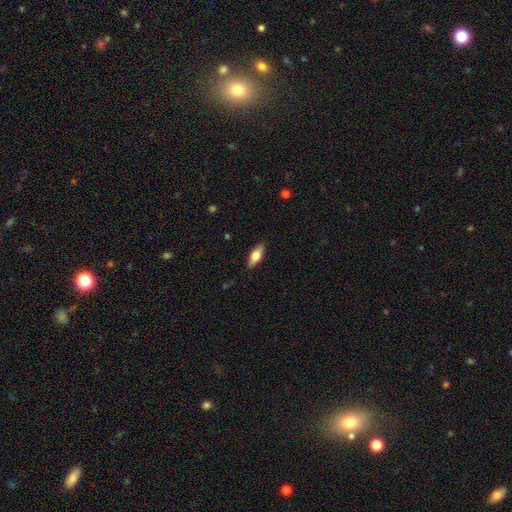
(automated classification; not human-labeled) This appears to be a smooth galaxy with no disk features (56%) that is in between round and cigar-shaped (68%). Merging: none (88%).